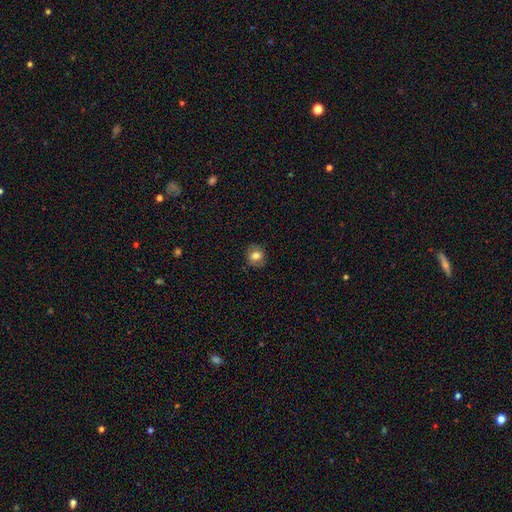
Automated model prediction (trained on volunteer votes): Smooth or featured?
  - smooth: 78% *
  - featured or disk: 12%
  - star or artifact: 10%
How rounded?
  - round: 80% *
  - in between: 19%
  - cigar-shaped: 1%
Merging?
  - none: 85% *
  - minor disturbance: 12%
  - major disturbance: 3%
  - merger: 1%